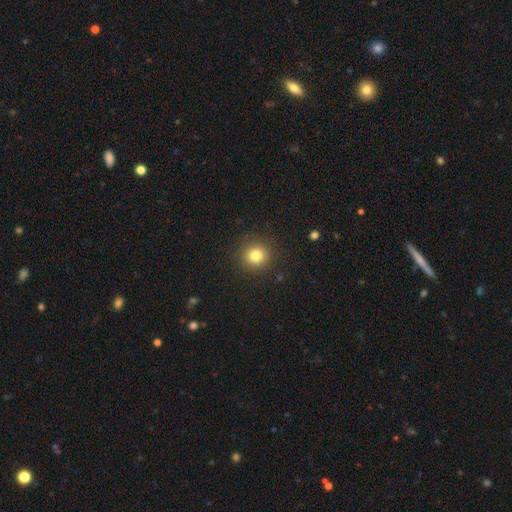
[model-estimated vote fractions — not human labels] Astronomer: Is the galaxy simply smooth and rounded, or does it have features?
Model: smooth — 81%.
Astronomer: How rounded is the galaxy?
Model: round — 91%.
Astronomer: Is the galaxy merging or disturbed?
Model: none — 90%.